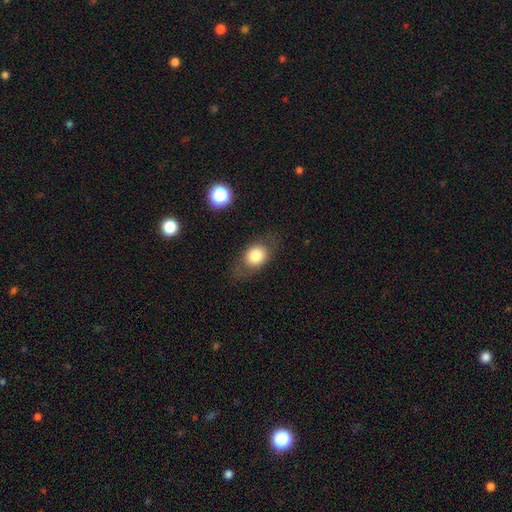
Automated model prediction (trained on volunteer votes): A smooth galaxy with no disk features (74%) that is in between round and cigar-shaped (59%). Merging: none (75%).